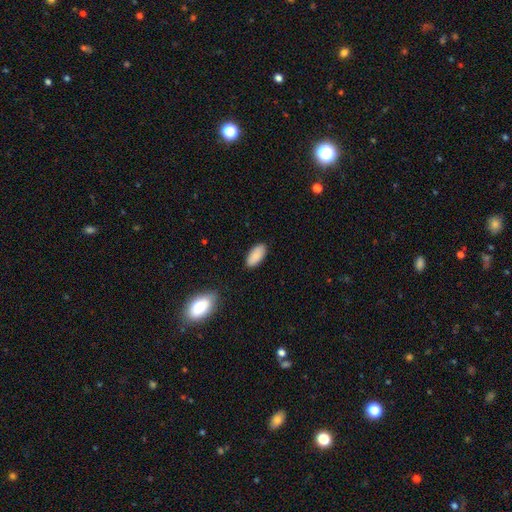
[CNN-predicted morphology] Smooth or featured? smooth (88%)
How rounded? in between (91%)
Merging? none (87%)